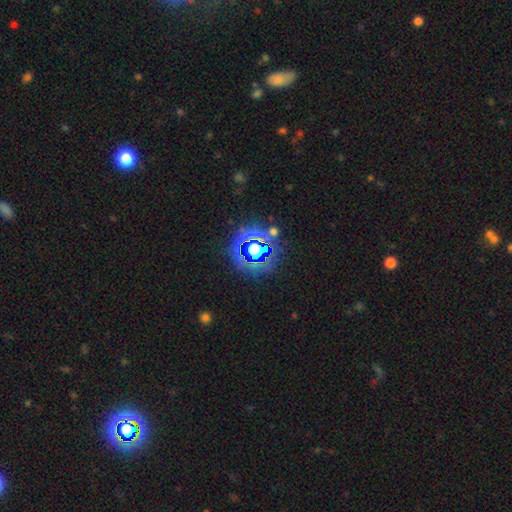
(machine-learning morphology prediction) star or artifact 79%, smooth 13%, featured or disk 7%.